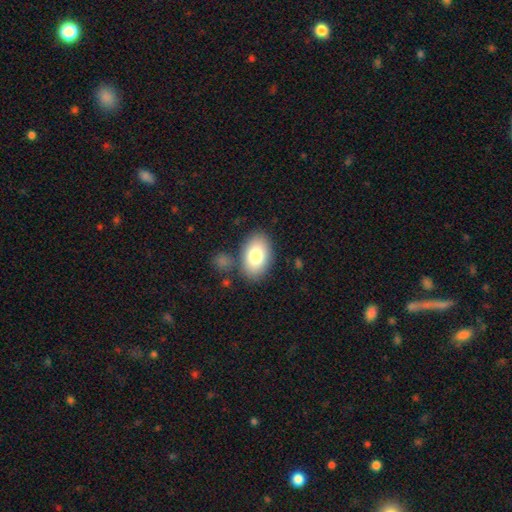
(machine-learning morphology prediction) Smooth or featured? smooth (78%)
How rounded? in between (90%)
Merging? none (81%)